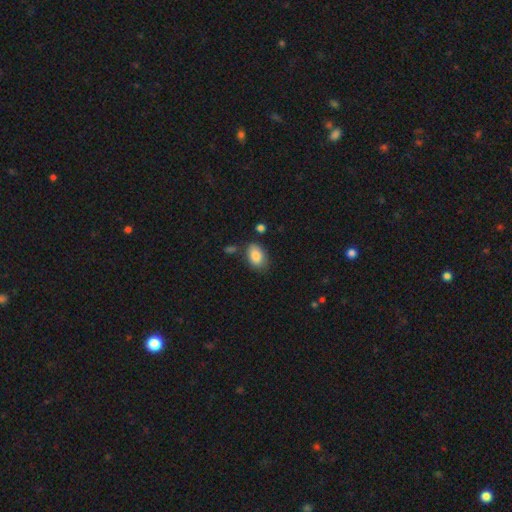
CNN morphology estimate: This is clearly a smooth galaxy (87%). How rounded: clearly in between (90%). Merging: likely none (73%).